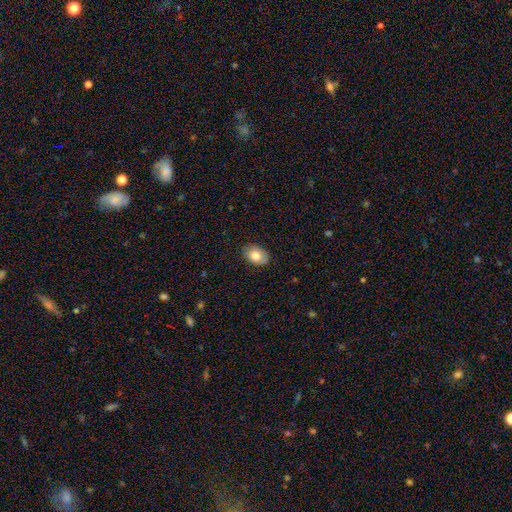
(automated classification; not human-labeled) A smooth galaxy with no disk features (79%) that is in between round and cigar-shaped (81%). Merging: none (84%).